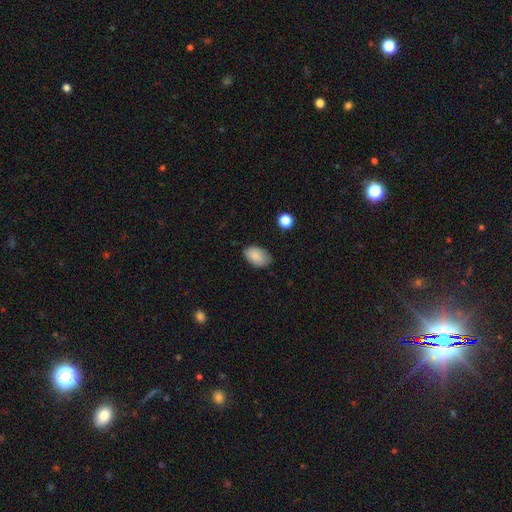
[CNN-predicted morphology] This is clearly a smooth galaxy (86%). How rounded: clearly in between (90%). Merging: likely none (74%).